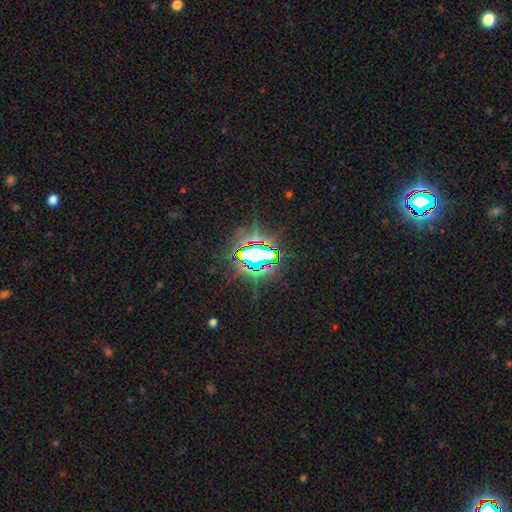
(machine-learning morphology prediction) smooth_or_featured: star or artifact (p=0.76) [alt: smooth p=0.13]